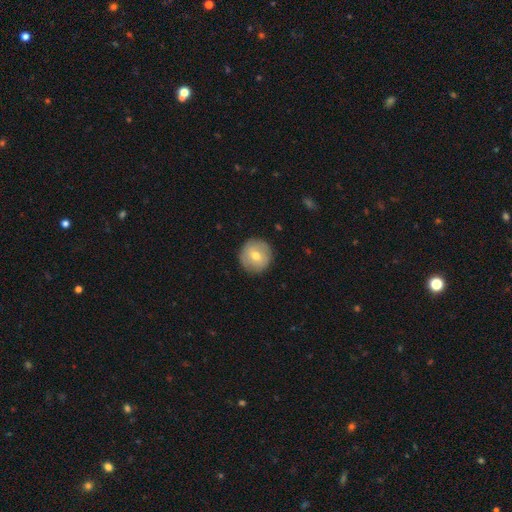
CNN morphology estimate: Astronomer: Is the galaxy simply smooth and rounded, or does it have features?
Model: smooth — 66%.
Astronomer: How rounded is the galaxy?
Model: round — 95%.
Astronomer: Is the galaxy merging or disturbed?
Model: none — 90%.